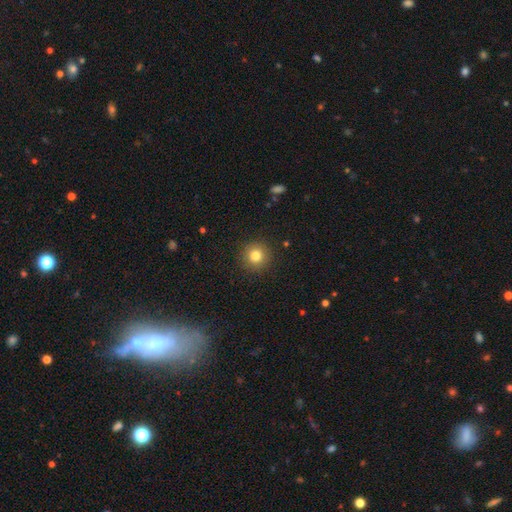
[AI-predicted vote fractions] smooth 81%, star or artifact 11%, featured or disk 7%. Down the decision tree: how rounded — round (94%); merging — none (91%).